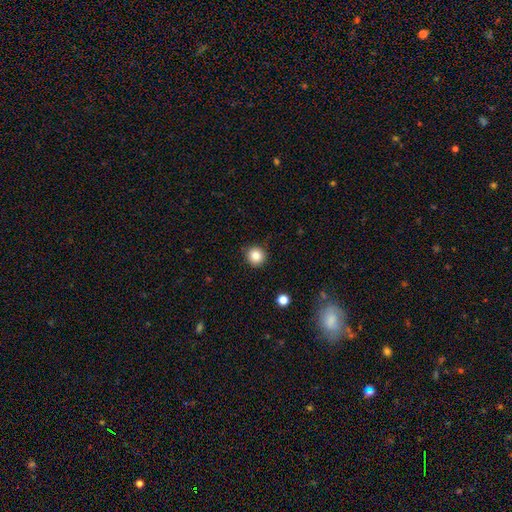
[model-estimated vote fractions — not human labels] Smooth or featured? Predicted: smooth (p=0.84). How rounded? Predicted: round (p=0.94). Merging? Predicted: none (p=0.91).